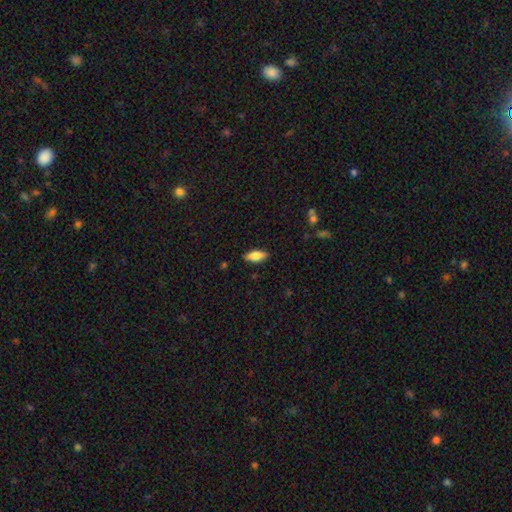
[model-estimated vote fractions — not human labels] smooth 82%, featured or disk 12%, star or artifact 7%. Down the decision tree: how rounded — in between (80%); merging — none (88%).